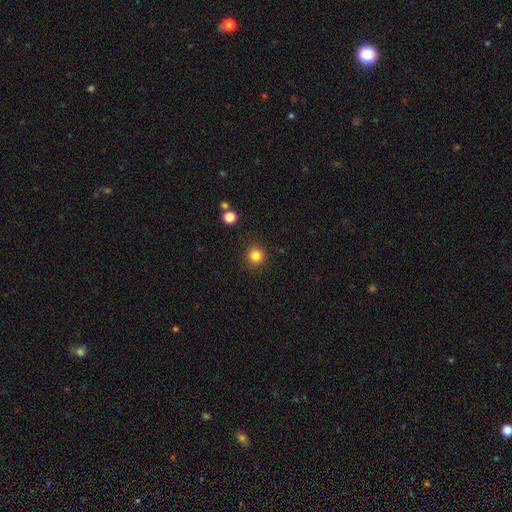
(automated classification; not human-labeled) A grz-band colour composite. It shows a smooth galaxy with no disk features (84%) that is round (94%). Merging: none (90%).